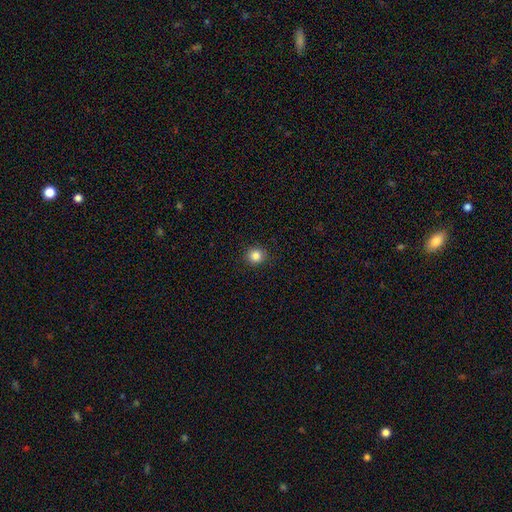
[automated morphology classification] Q: Smooth or featured?
A: smooth (85%); runner-up: star or artifact (11%)
Q: How rounded?
A: round (91%); runner-up: in between (8%)
Q: Merging?
A: none (91%); runner-up: minor disturbance (6%)